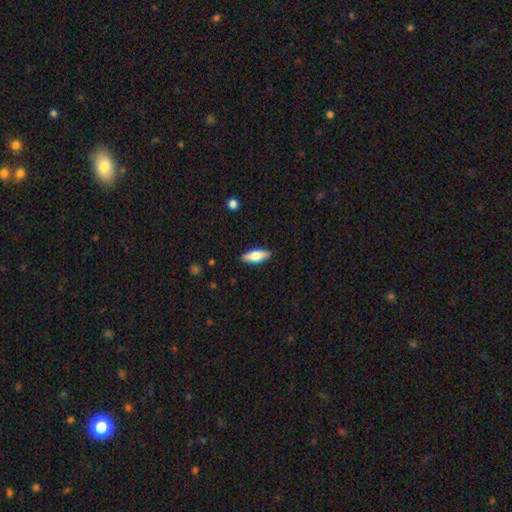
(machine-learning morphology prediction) A smooth galaxy with no disk features (67%) that is in between round and cigar-shaped (68%). Merging: none (88%).